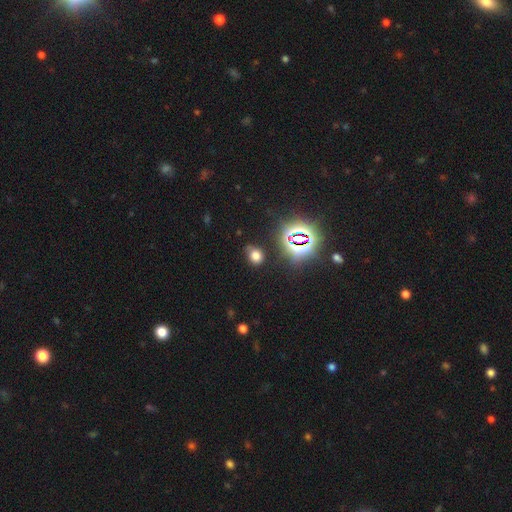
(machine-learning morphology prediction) Smooth or featured? Predicted: smooth (p=0.65). How rounded? Predicted: round (p=0.50). Merging? Predicted: none (p=0.70).